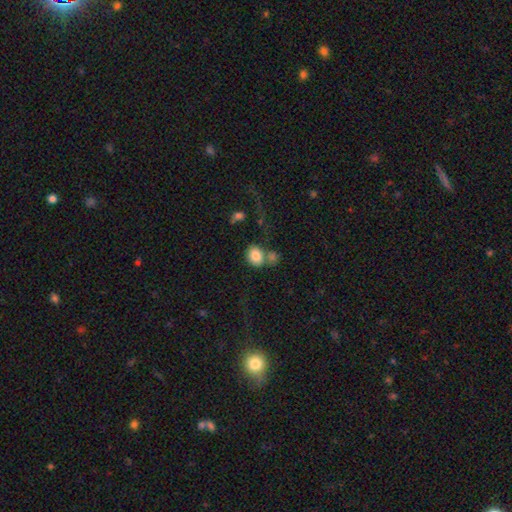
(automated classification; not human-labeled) The model was most divided on "how rounded": round: 52%, in between: 46%, cigar-shaped: 1%. Remaining: smooth or featured — smooth (82%); merging — none (43%).